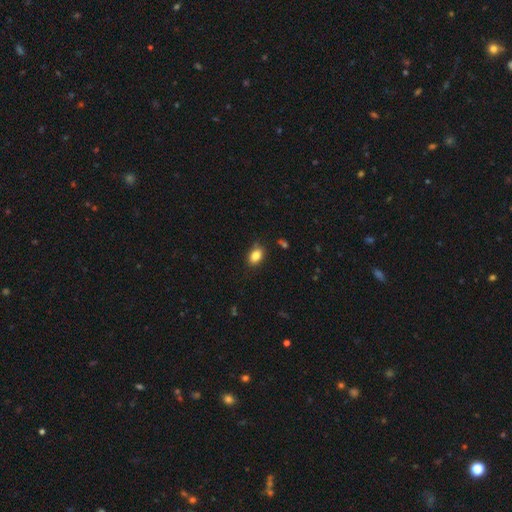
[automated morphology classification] Smooth or featured? Predicted: smooth (p=0.84). How rounded? Predicted: in between (p=0.78). Merging? Predicted: none (p=0.80).